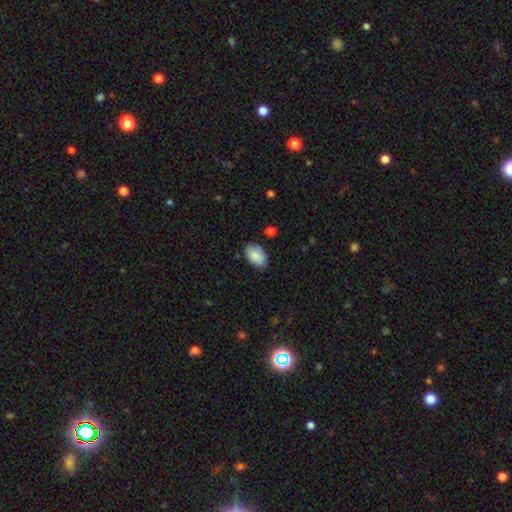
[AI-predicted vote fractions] This appears to be a smooth galaxy with no disk features (85%) that is in between round and cigar-shaped (92%). Merging: none (76%).